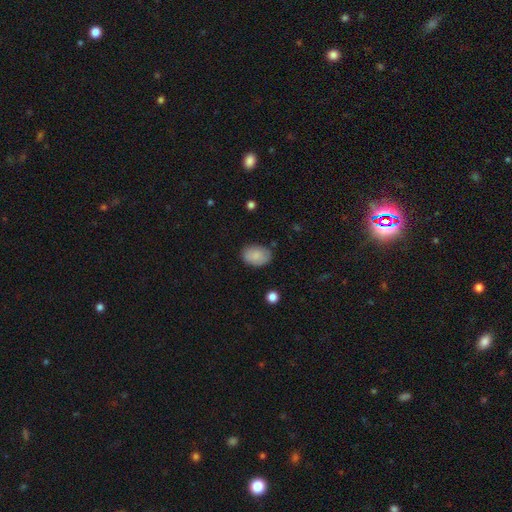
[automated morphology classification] Smooth or featured: smooth — 85% (featured or disk — 8%)
How rounded: in between — 81% (round — 18%)
Merging: none — 80% (minor disturbance — 15%)